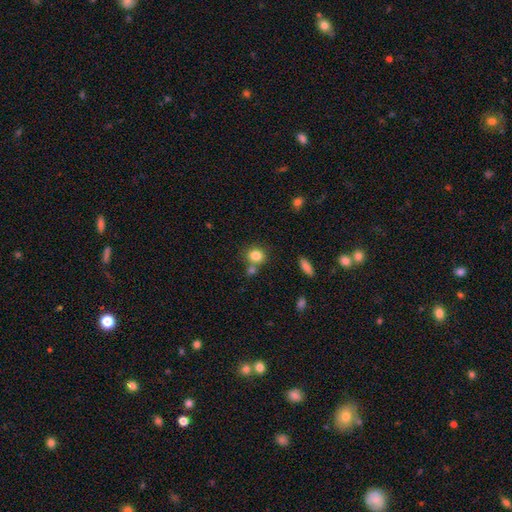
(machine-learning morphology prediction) smooth 82%, star or artifact 10%, featured or disk 7%. Down the decision tree: how rounded — round (78%); merging — none (64%).